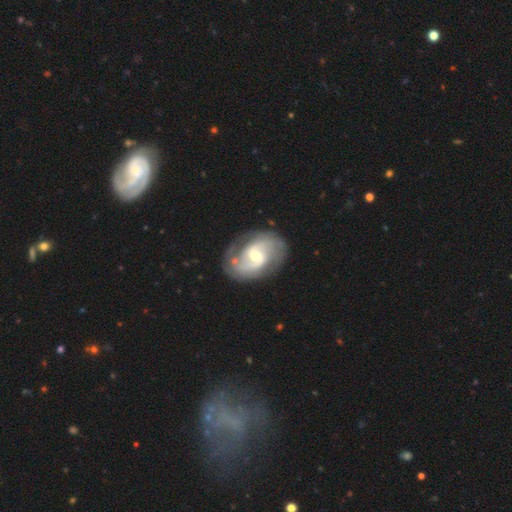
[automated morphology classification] featured or disk 83%, smooth 12%, star or artifact 5%. Down the decision tree: edge-on disk — no (97%); bar — weak (48%); spiral arms — yes (92%); spiral arm count — 2 (85%); spiral winding — medium (47%); bulge size — moderate (61%); merging — none (76%).